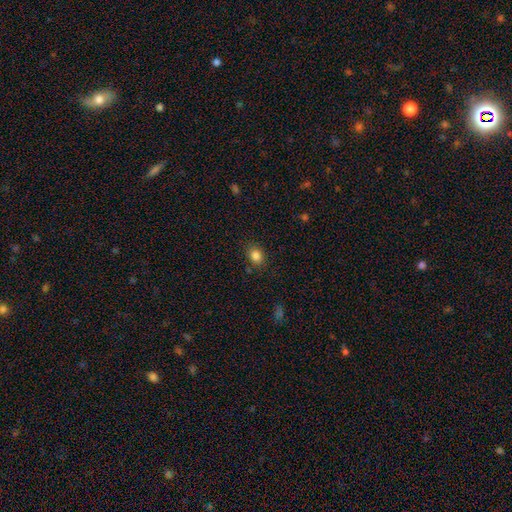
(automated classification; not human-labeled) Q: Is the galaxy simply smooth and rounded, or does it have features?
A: smooth — 85%.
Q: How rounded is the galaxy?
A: in between — 50%.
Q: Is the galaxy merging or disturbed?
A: none — 81%.